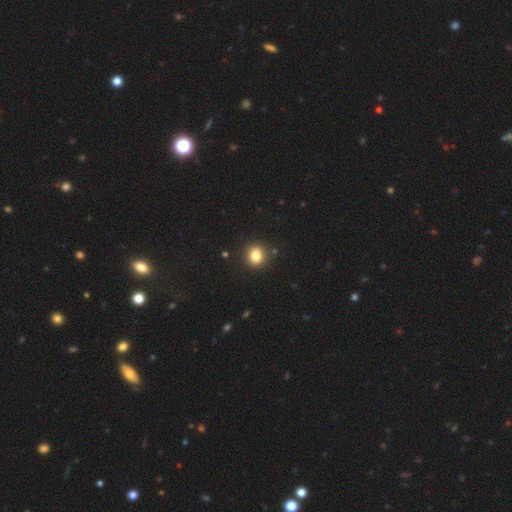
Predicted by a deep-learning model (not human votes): Smooth or featured? Predicted: smooth (p=0.82). How rounded? Predicted: round (p=0.78). Merging? Predicted: none (p=0.90).